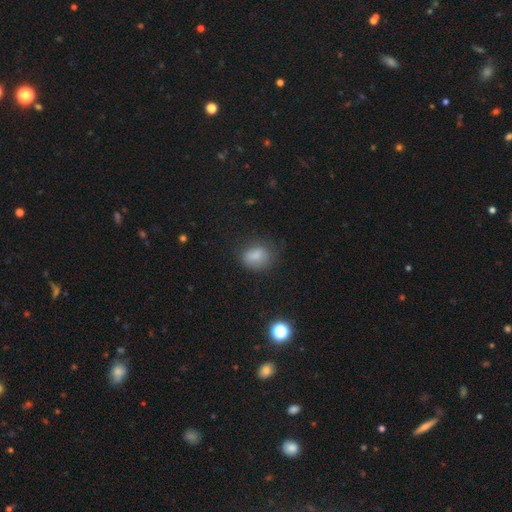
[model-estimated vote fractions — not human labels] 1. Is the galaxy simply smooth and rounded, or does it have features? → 80% smooth, 12% star or artifact, 8% featured or disk.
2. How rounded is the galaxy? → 57% in between, 41% round, 2% cigar-shaped.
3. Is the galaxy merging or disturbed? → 65% none, 24% minor disturbance, 10% major disturbance, 2% merger.